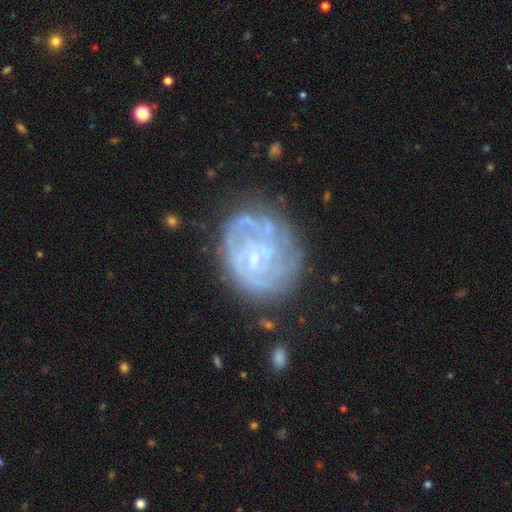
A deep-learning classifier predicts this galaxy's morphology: Smooth or featured? featured or disk (79%)
Edge-on disk? no (98%)
Bar? no (57%)
Spiral arms? yes (78%)
Spiral winding? tight (67%)
Spiral arm count? can't tell (48%)
Bulge size? small (69%)
Merging? none (61%)